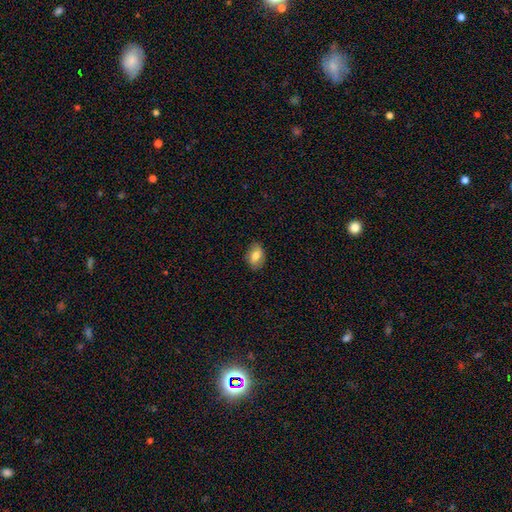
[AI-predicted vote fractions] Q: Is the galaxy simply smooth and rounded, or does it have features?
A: smooth — 74%.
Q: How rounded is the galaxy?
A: in between — 83%.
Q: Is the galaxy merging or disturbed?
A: none — 82%.